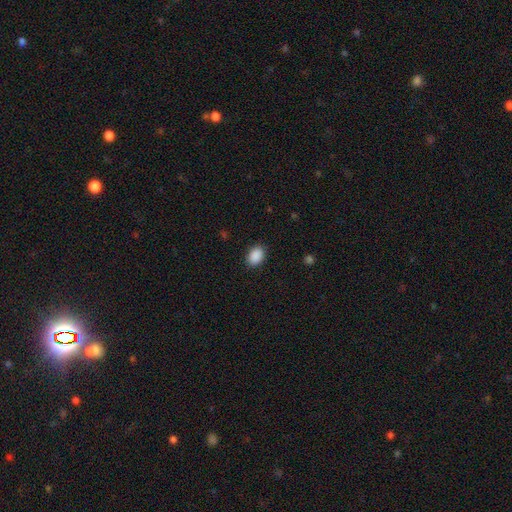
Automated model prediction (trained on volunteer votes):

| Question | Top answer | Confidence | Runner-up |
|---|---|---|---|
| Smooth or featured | smooth | 90% | star or artifact (7%) |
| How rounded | in between | 79% | round (20%) |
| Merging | none | 89% | minor disturbance (8%) |